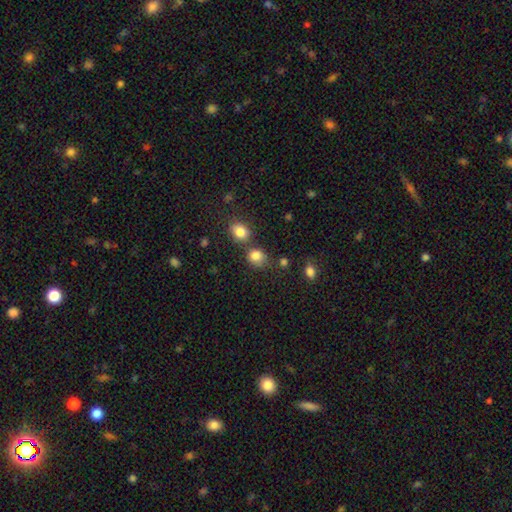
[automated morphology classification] Smooth or featured? smooth (82%)
How rounded? round (68%)
Merging? none (60%)